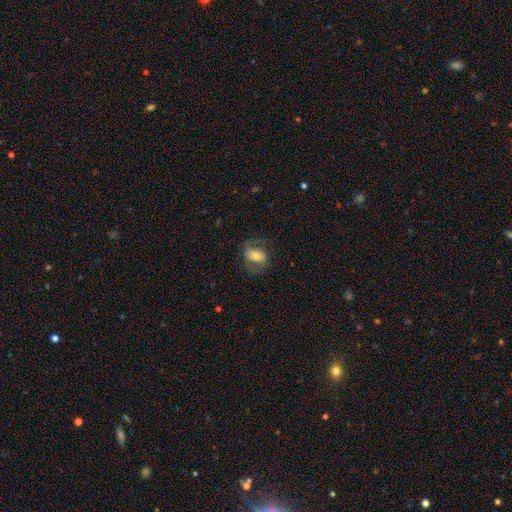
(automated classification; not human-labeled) The model was most divided on "smooth or featured": smooth: 50%, featured or disk: 41%, star or artifact: 8%. More confident: how rounded — in between (71%); merging — none (68%).